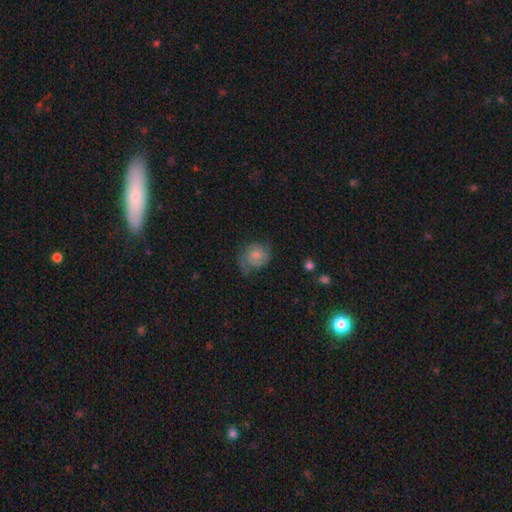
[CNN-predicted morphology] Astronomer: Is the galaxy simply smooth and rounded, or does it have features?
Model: smooth — 53% (runner-up: featured or disk, 39%).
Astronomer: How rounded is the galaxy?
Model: round — 65%.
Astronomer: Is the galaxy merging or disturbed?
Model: none — 46% (runner-up: minor disturbance, 32%).